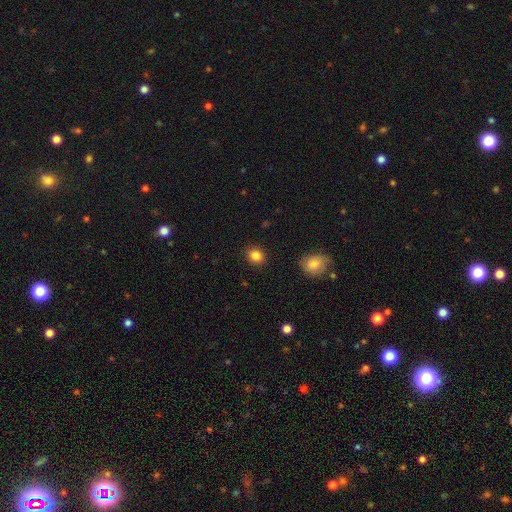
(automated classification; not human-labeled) Overall: smooth (86%). How rounded: round (72%). Merging: none (90%).